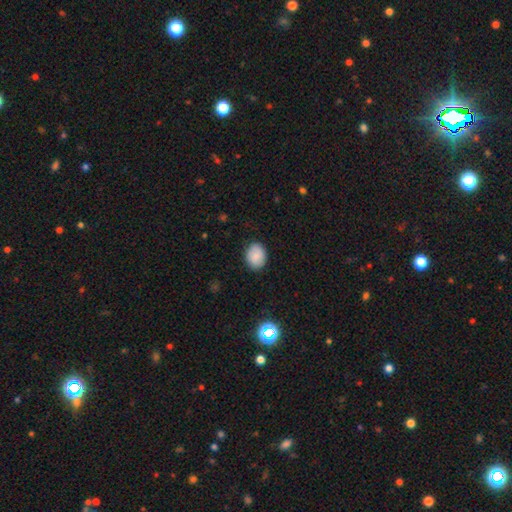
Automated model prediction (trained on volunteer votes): The model was most divided on "how rounded": in between: 56%, round: 44%, cigar-shaped: 1%. More confident: merging — none (86%); smooth or featured — smooth (84%).